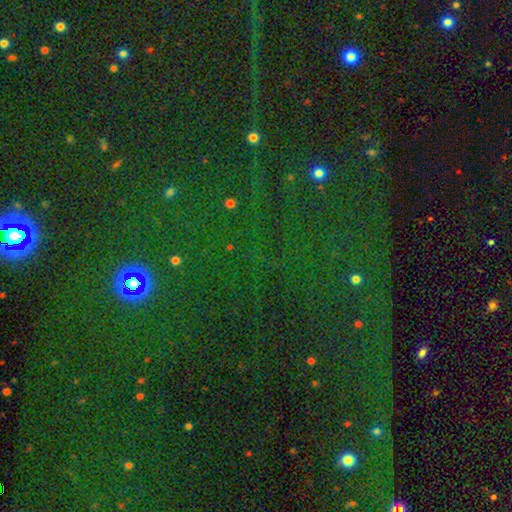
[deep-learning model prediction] smooth_or_featured: star or artifact (p=0.78) [alt: smooth p=0.14]